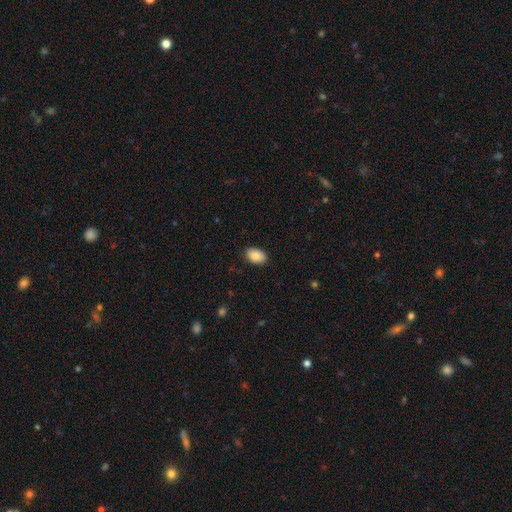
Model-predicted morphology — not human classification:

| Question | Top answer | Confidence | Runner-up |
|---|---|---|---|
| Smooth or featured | smooth | 88% | star or artifact (7%) |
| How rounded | in between | 89% | round (10%) |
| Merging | none | 88% | minor disturbance (10%) |